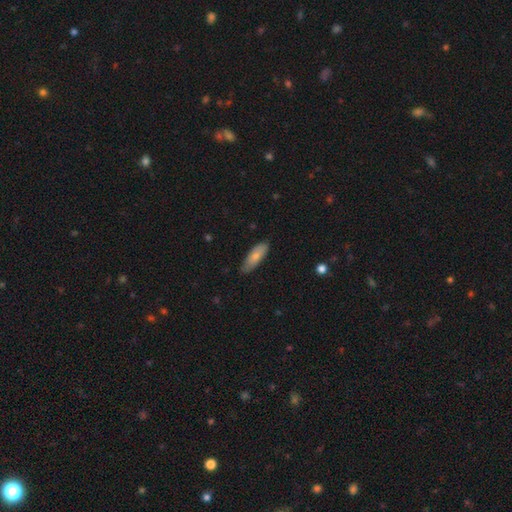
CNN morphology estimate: smooth_or_featured: smooth (p=0.76) [alt: featured or disk p=0.19]
how_rounded: in between (p=0.67) [alt: cigar-shaped p=0.31]
merging: none (p=0.79) [alt: minor disturbance p=0.18]